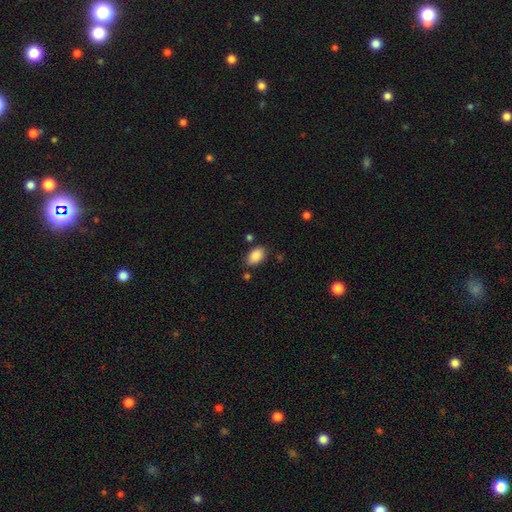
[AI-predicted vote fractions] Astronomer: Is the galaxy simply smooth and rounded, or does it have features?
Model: smooth — 88%.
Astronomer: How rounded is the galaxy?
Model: in between — 90%.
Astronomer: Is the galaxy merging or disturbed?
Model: none — 79%.